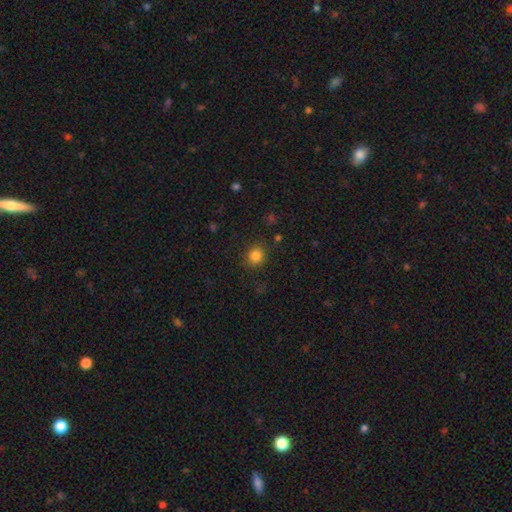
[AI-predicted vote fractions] Smooth or featured: smooth — 84% (star or artifact — 12%)
How rounded: round — 85% (in between — 14%)
Merging: none — 85% (minor disturbance — 10%)